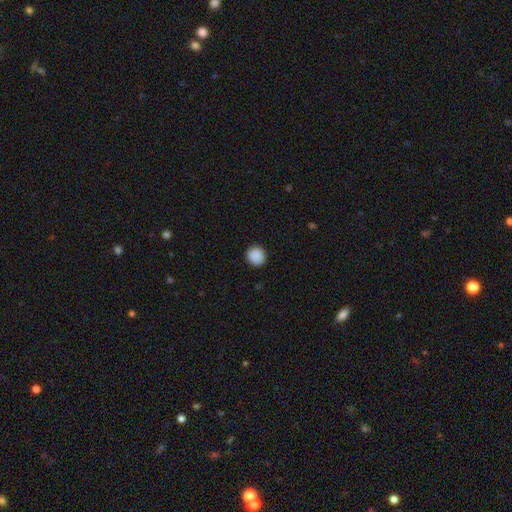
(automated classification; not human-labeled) This is clearly a smooth galaxy (89%). How rounded: clearly round (87%). Merging: clearly none (91%).